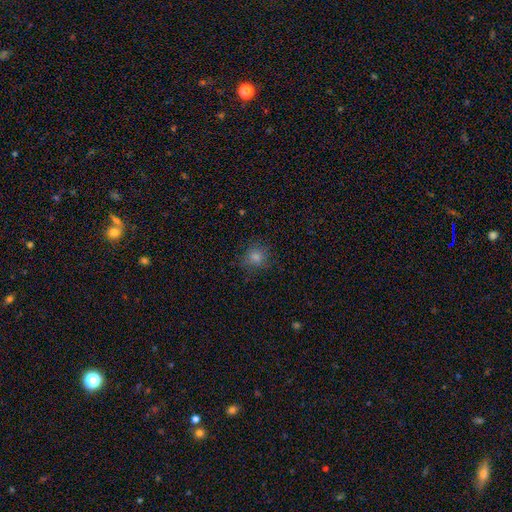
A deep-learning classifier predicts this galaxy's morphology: A smooth galaxy with no disk features (71%) that is round (90%). Merging: none (86%).